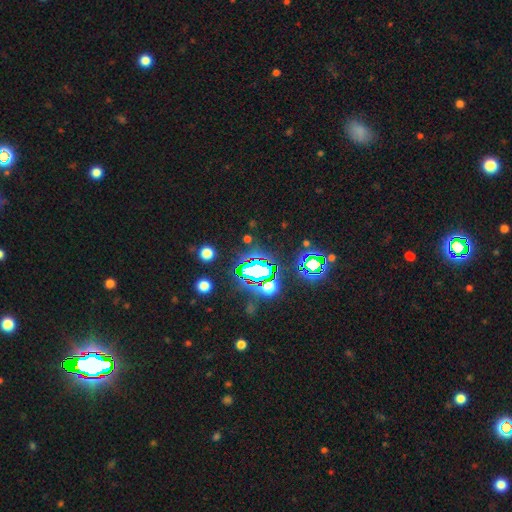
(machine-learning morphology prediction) smooth-or-featured: star or artifact: 82% | smooth: 11% | featured or disk: 7%